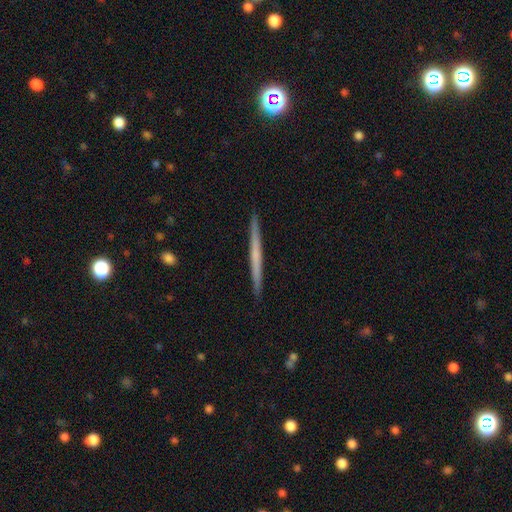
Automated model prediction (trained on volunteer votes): Smooth or featured? Predicted: featured or disk (p=0.51). Edge-on disk? Predicted: yes (p=0.98). Edge-on bulge? Predicted: none (p=0.87). Merging? Predicted: none (p=0.93).